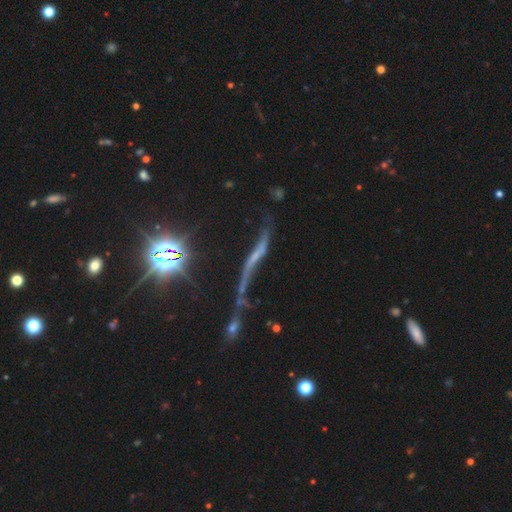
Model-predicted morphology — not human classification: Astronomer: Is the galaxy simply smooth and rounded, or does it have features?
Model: featured or disk — 58%.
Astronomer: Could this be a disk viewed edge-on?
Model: no — 55% (runner-up: yes, 45%).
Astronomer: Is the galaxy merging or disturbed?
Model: none — 34% (runner-up: major disturbance, 26%).